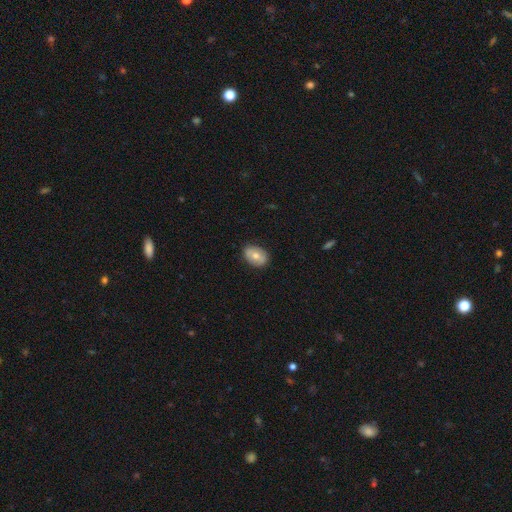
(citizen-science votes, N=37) A smooth galaxy with no disk features (65%) that is in between round and cigar-shaped (75%).

Vote fractions:
- Smooth or featured? smooth: 65% / featured or disk: 35% / star or artifact: 0%
- How rounded? in between: 75% / round: 25% / cigar-shaped: 0%
- Merging? none: 84% / minor disturbance: 14% / major disturbance: 3% / merger: 0%